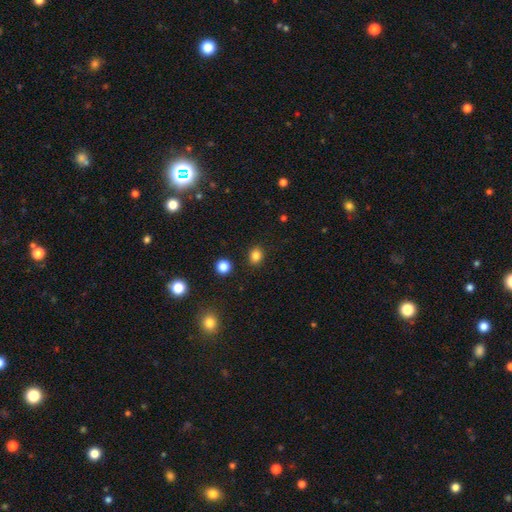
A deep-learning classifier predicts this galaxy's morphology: Smooth or featured: smooth — 83% (star or artifact — 12%)
How rounded: round — 62% (in between — 37%)
Merging: none — 89% (minor disturbance — 7%)